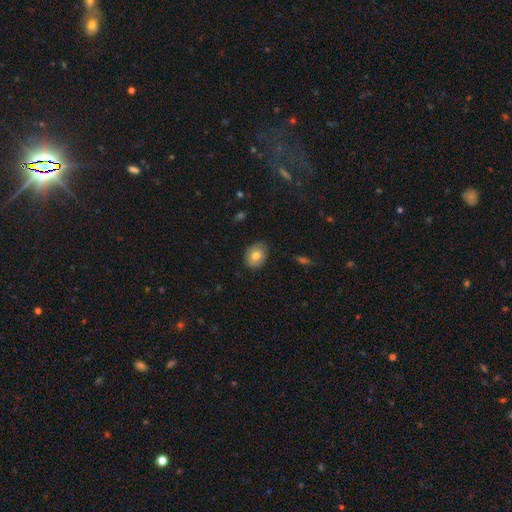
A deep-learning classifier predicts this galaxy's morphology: This is likely a smooth galaxy (79%). How rounded: likely in between (61%). Merging: clearly none (84%).